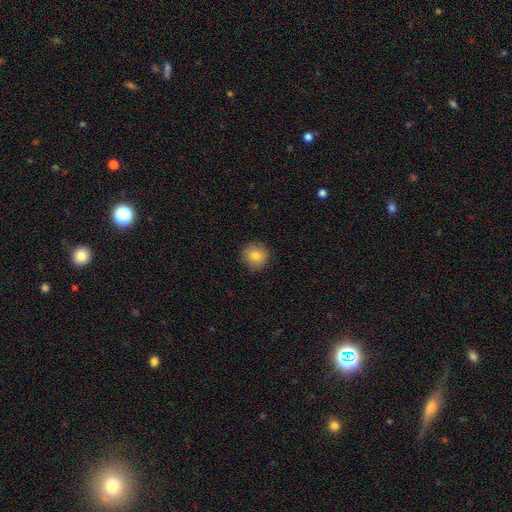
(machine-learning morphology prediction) Smooth or featured?
  - smooth: 80% *
  - featured or disk: 11%
  - star or artifact: 9%
How rounded?
  - round: 92% *
  - in between: 7%
  - cigar-shaped: 1%
Merging?
  - none: 87% *
  - minor disturbance: 10%
  - major disturbance: 2%
  - merger: 1%